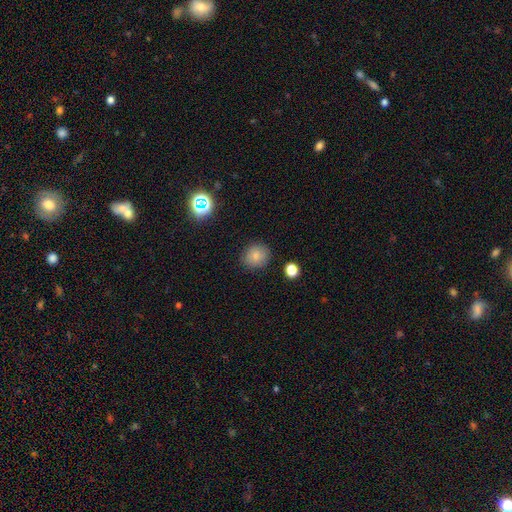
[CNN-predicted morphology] smooth_or_featured: smooth (p=0.82) [alt: star or artifact p=0.12]
how_rounded: round (p=0.80) [alt: in between p=0.19]
merging: none (p=0.87) [alt: minor disturbance p=0.09]